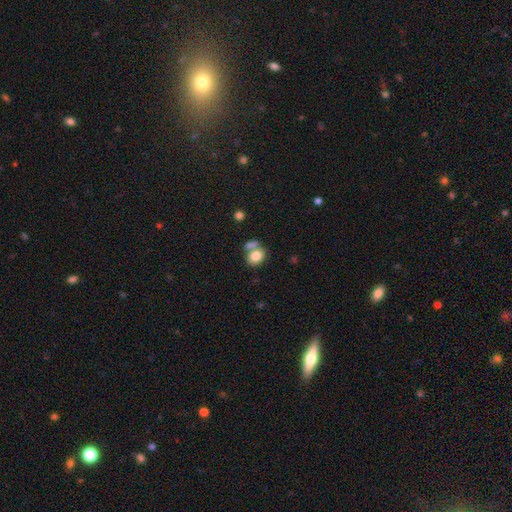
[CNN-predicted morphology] A smooth galaxy with no disk features (80%) that is round (53%). Merging: none (45%).